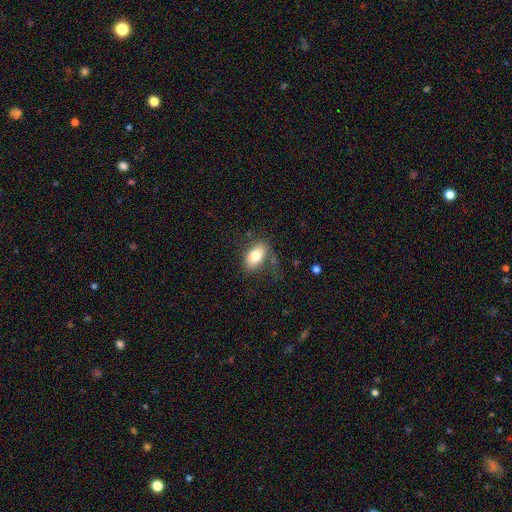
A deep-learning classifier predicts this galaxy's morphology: Smooth or featured?
  - smooth: 77% *
  - featured or disk: 16%
  - star or artifact: 7%
How rounded?
  - in between: 92% *
  - round: 5%
  - cigar-shaped: 2%
Merging?
  - none: 69% *
  - minor disturbance: 18%
  - major disturbance: 9%
  - merger: 4%